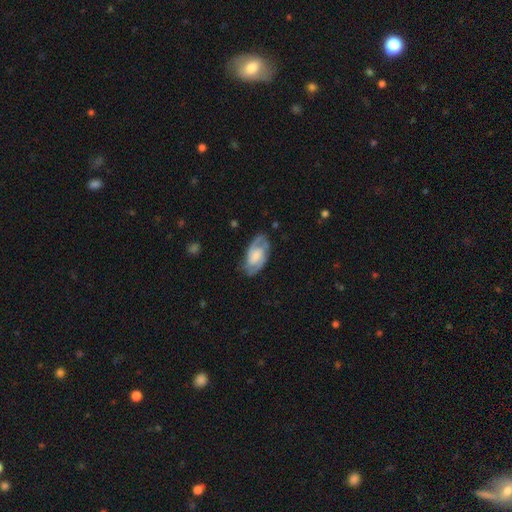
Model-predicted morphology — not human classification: Overall: featured or disk (76%). Edge-on disk: no (96%). Bar: no (48%; weak 41%). Spiral arms: yes (93%). Spiral arm count: 2 (80%). Spiral winding: medium (48%; tight 39%). Bulge size: moderate (27%; none 26%). Merging: none (75%).